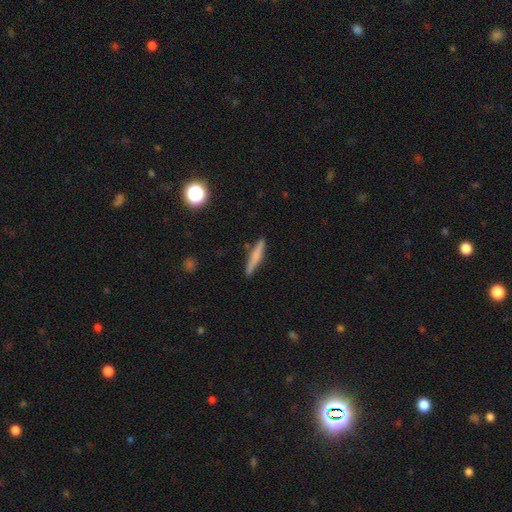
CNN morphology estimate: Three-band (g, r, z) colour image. It shows a smooth galaxy with no disk features (60%) that is cigar-shaped (92%). Merging: none (87%).